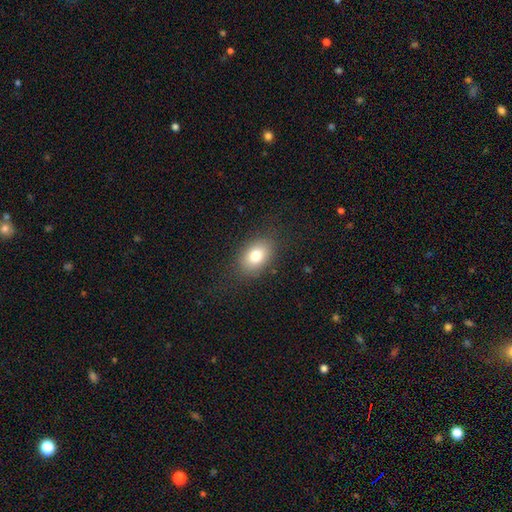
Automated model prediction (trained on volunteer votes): Overall: smooth (78%). How rounded: in between (81%). Merging: none (83%).